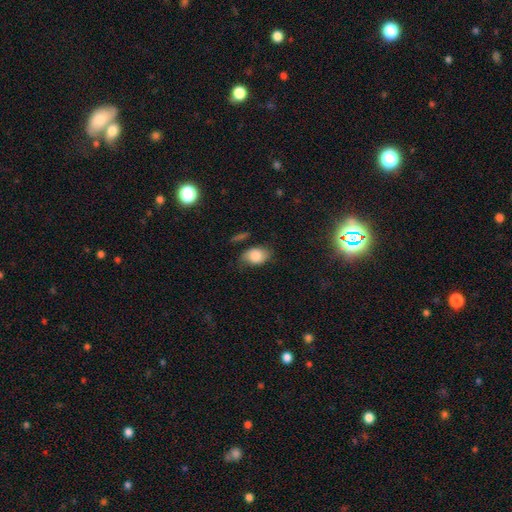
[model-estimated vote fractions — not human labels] This is likely a smooth galaxy (79%). How rounded: clearly in between (83%). Merging: possibly none (58%).